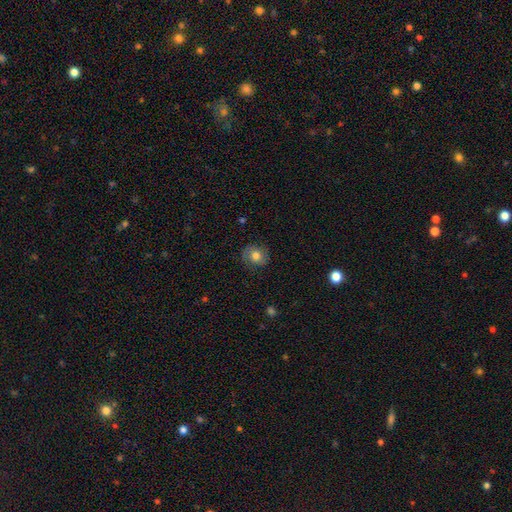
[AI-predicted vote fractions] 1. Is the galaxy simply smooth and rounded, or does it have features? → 65% smooth, 26% featured or disk, 10% star or artifact.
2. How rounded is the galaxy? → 77% round, 22% in between, 1% cigar-shaped.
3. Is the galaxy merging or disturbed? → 80% none, 14% minor disturbance, 5% major disturbance, 1% merger.